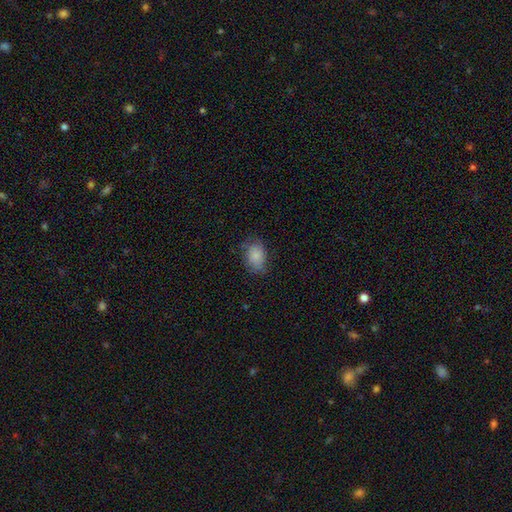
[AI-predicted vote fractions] The model was most divided on "merging": none: 68%, minor disturbance: 24%, major disturbance: 7%, merger: 1%. More confident: smooth or featured — smooth (84%); how rounded — in between (76%).